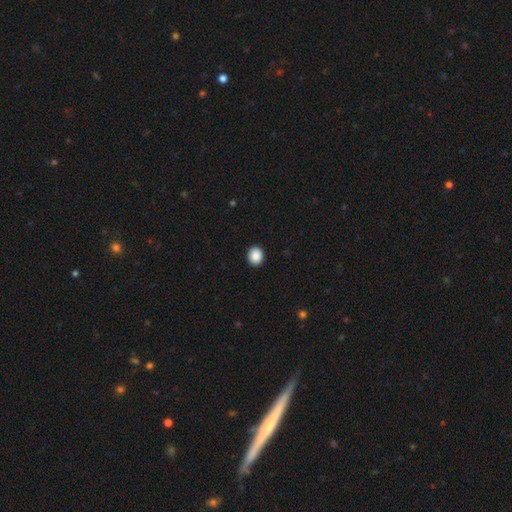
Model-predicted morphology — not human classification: smooth-or-featured: smooth: 89% | star or artifact: 8% | featured or disk: 3%
  how-rounded: round: 74% | in between: 25% | cigar-shaped: 1%
  merging: none: 92% | minor disturbance: 5% | major disturbance: 2% | merger: 1%